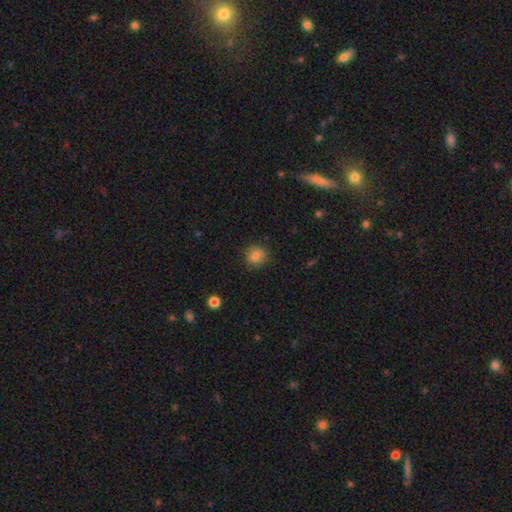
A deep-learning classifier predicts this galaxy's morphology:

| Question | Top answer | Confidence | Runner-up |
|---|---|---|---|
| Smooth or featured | smooth | 83% | star or artifact (10%) |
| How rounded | round | 81% | in between (18%) |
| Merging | none | 86% | minor disturbance (10%) |